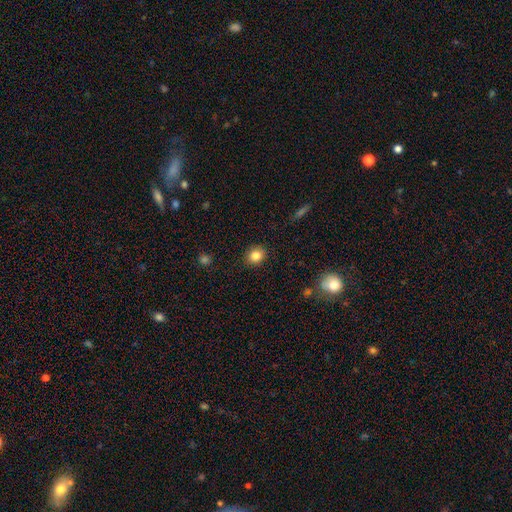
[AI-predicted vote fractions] smooth 84%, star or artifact 10%, featured or disk 6%. Down the decision tree: how rounded — round (74%); merging — none (89%).